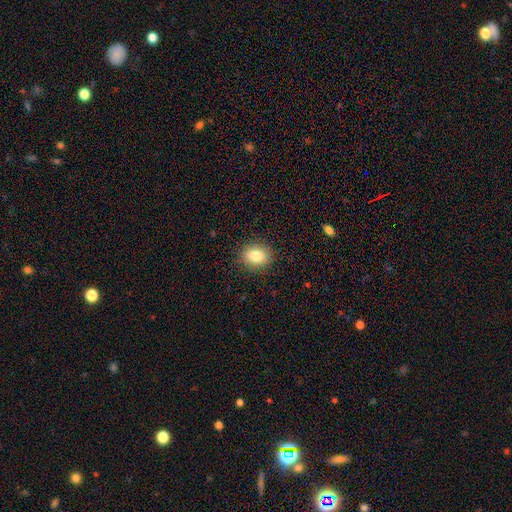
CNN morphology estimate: Smooth or featured?
  - smooth: 84% *
  - star or artifact: 9%
  - featured or disk: 7%
How rounded?
  - in between: 56% *
  - round: 43%
  - cigar-shaped: 1%
Merging?
  - none: 88% *
  - minor disturbance: 9%
  - major disturbance: 3%
  - merger: 1%